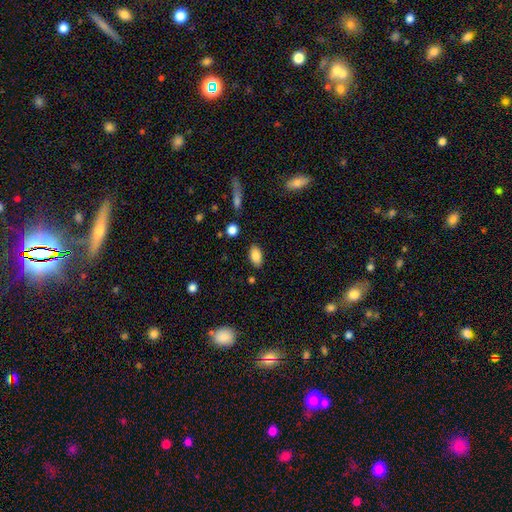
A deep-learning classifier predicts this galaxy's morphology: Smooth or featured: smooth — 85% (star or artifact — 8%)
How rounded: in between — 92% (round — 5%)
Merging: none — 86% (minor disturbance — 10%)